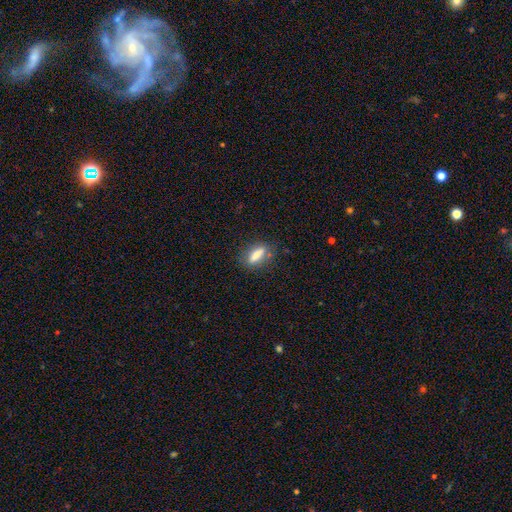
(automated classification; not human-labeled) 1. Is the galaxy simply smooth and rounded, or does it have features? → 75% smooth, 17% featured or disk, 9% star or artifact.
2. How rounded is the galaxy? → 57% cigar-shaped, 39% in between, 4% round.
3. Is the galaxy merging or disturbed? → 82% none, 12% minor disturbance, 5% major disturbance, 2% merger.